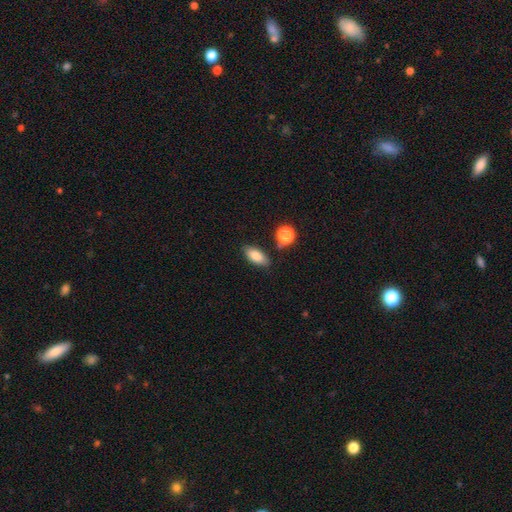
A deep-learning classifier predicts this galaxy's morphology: Smooth or featured? Predicted: smooth (p=0.83). How rounded? Predicted: in between (p=0.86). Merging? Predicted: none (p=0.81).